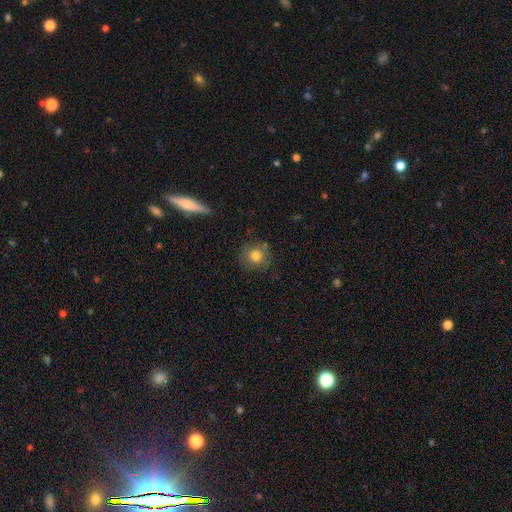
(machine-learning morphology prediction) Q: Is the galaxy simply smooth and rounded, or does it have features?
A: smooth — 77%.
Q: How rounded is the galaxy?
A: round — 90%.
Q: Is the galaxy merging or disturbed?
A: none — 75%.